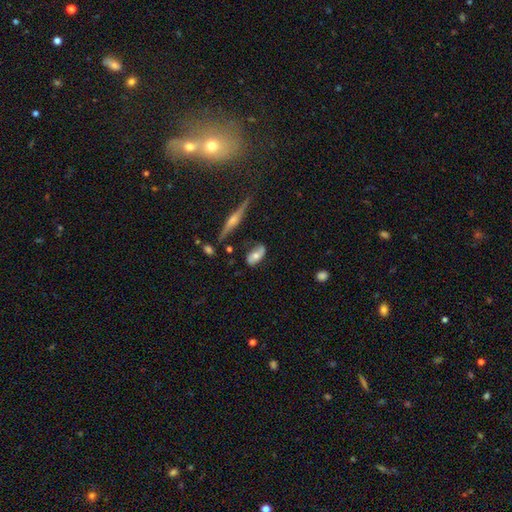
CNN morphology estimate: The model was most divided on "smooth or featured": smooth: 50%, featured or disk: 42%, star or artifact: 8%. More confident: how rounded — in between (87%); merging — none (62%).